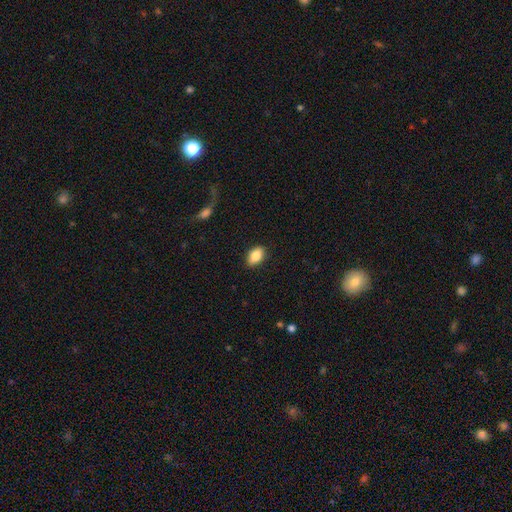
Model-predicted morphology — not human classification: This appears to be a smooth galaxy with no disk features (84%) that is in between round and cigar-shaped (88%). Merging: none (87%).